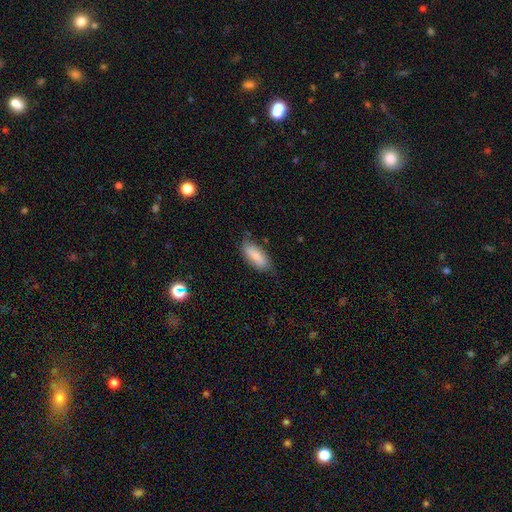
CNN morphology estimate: smooth 81%, featured or disk 13%, star or artifact 6%. Down the decision tree: how rounded — in between (77%); merging — none (70%).